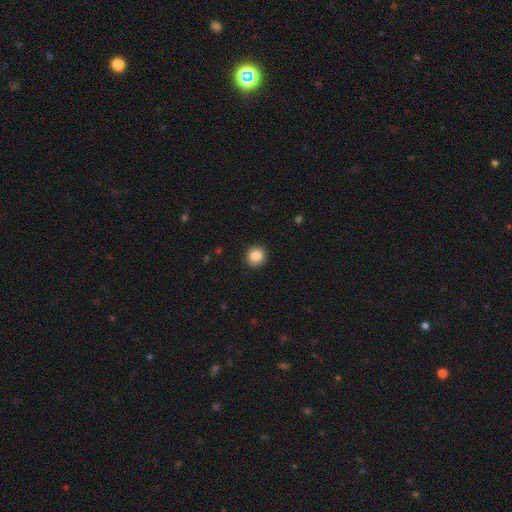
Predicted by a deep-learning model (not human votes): smooth_or_featured: smooth (p=0.85) [alt: star or artifact p=0.09]
how_rounded: round (p=0.91) [alt: in between p=0.08]
merging: none (p=0.91) [alt: minor disturbance p=0.06]